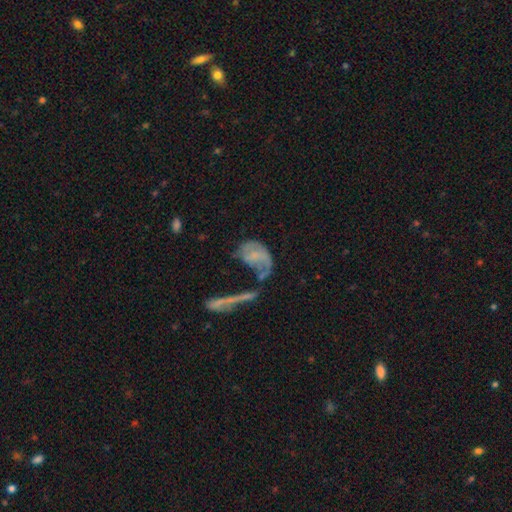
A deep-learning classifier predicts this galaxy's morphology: This is possibly a featured or disk galaxy (49%). Merging: marginally major disturbance (38%).